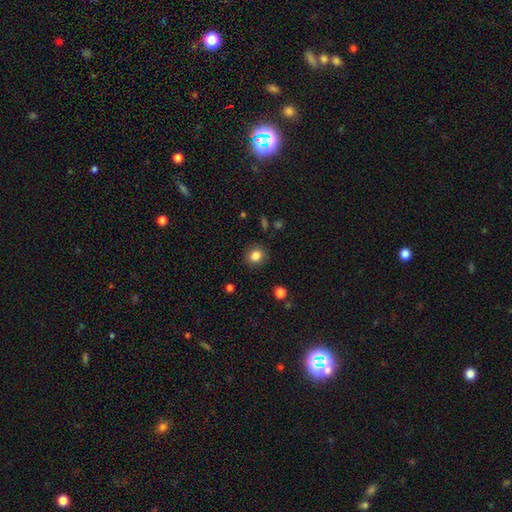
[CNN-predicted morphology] This is clearly a smooth galaxy (84%). How rounded: likely round (74%). Merging: clearly none (88%).